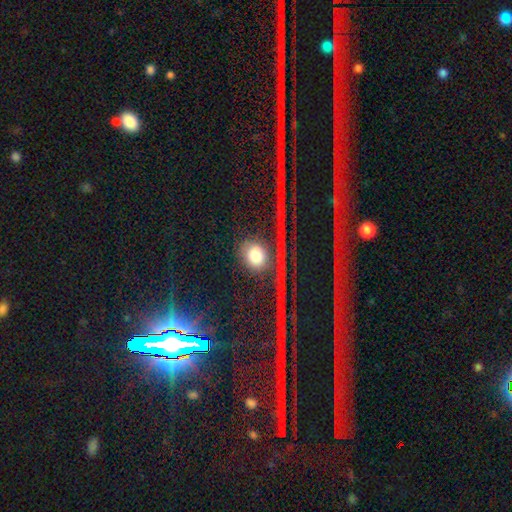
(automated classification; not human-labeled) Q: Smooth or featured?
A: smooth (66%); runner-up: star or artifact (19%)
Q: How rounded?
A: round (80%); runner-up: in between (17%)
Q: Merging?
A: none (66%); runner-up: major disturbance (15%)